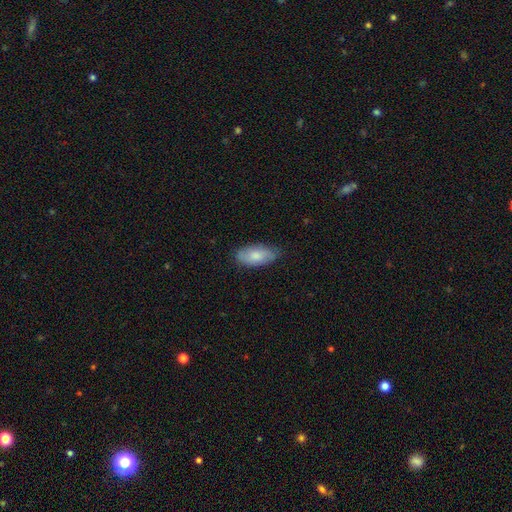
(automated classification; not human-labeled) A smooth galaxy with no disk features (77%) that is in between round and cigar-shaped (92%).

Vote fractions:
- Smooth or featured? smooth: 77% / featured or disk: 17% / star or artifact: 6%
- How rounded? in between: 92% / cigar-shaped: 6% / round: 2%
- Merging? none: 78% / minor disturbance: 18% / major disturbance: 3% / merger: 1%